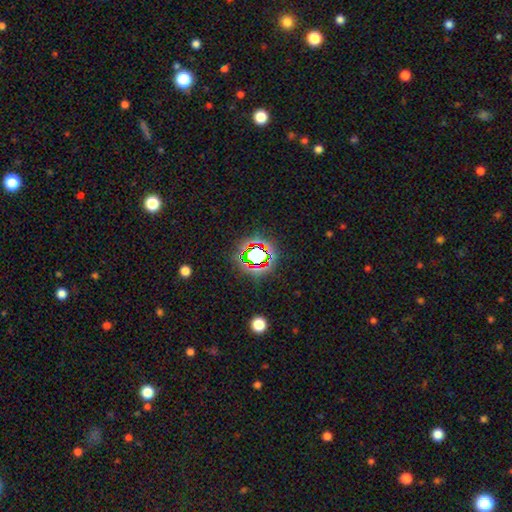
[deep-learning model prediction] smooth-or-featured: star or artifact: 67% | smooth: 20% | featured or disk: 13%